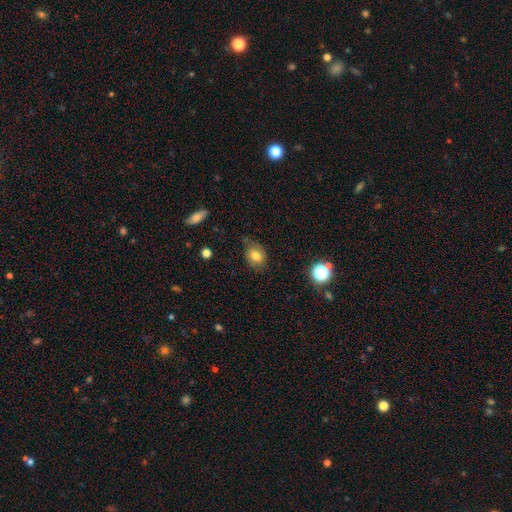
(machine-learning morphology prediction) The model was most divided on "how rounded": in between: 66%, round: 33%, cigar-shaped: 1%. More confident: smooth or featured — smooth (75%); merging — none (71%).